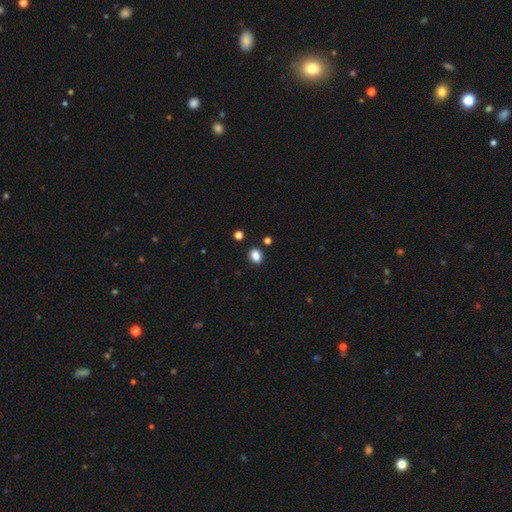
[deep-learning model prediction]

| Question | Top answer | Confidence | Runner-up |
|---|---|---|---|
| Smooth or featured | smooth | 86% | star or artifact (11%) |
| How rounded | in between | 61% | round (38%) |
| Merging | none | 86% | minor disturbance (8%) |